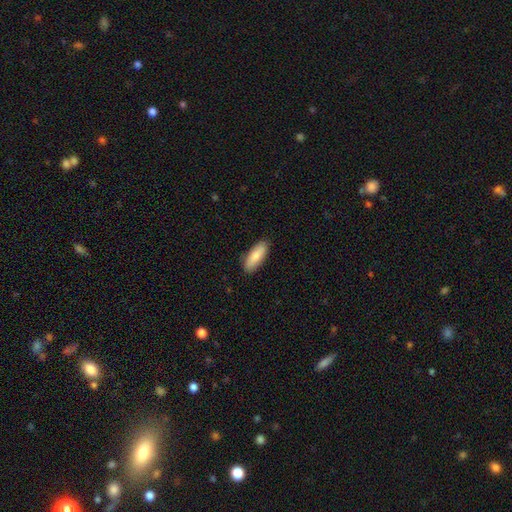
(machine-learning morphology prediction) A smooth galaxy with no disk features (85%) that is in between round and cigar-shaped (69%).

Vote fractions:
- Smooth or featured? smooth: 85% / featured or disk: 10% / star or artifact: 5%
- How rounded? in between: 69% / cigar-shaped: 29% / round: 2%
- Merging? none: 88% / minor disturbance: 9% / major disturbance: 2% / merger: 1%